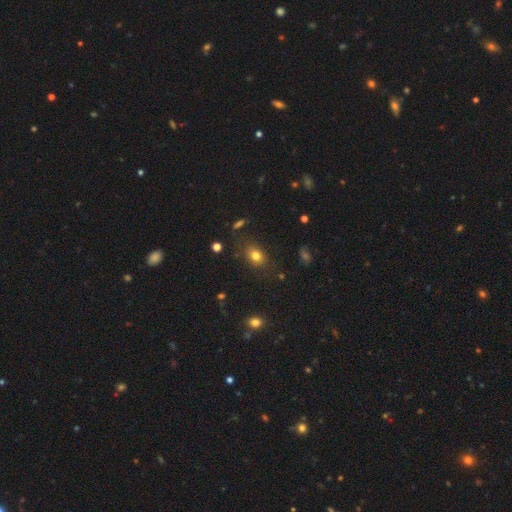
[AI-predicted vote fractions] A smooth galaxy with no disk features (78%) that is in between round and cigar-shaped (65%).

Vote fractions:
- Smooth or featured? smooth: 78% / star or artifact: 13% / featured or disk: 9%
- How rounded? in between: 65% / round: 34% / cigar-shaped: 2%
- Merging? none: 81% / minor disturbance: 13% / major disturbance: 4% / merger: 2%